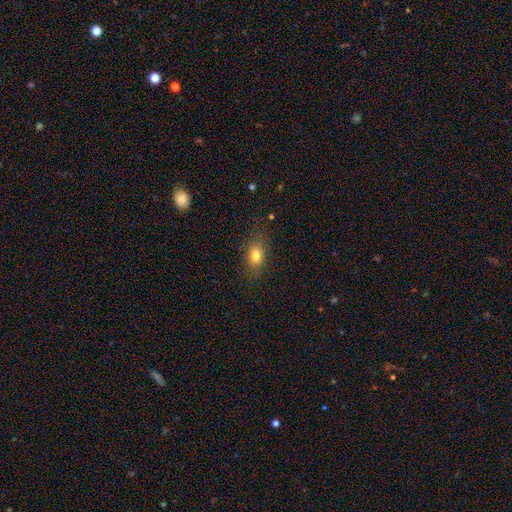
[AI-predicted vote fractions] The model was most divided on "how rounded": in between: 73%, round: 22%, cigar-shaped: 5%. More confident: smooth or featured — smooth (78%); merging — none (78%).